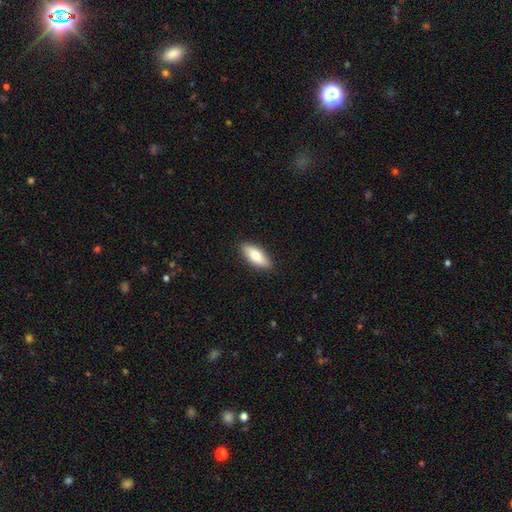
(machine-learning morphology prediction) type=smooth (82%); roundness=in between (77%); merging=none (87%).